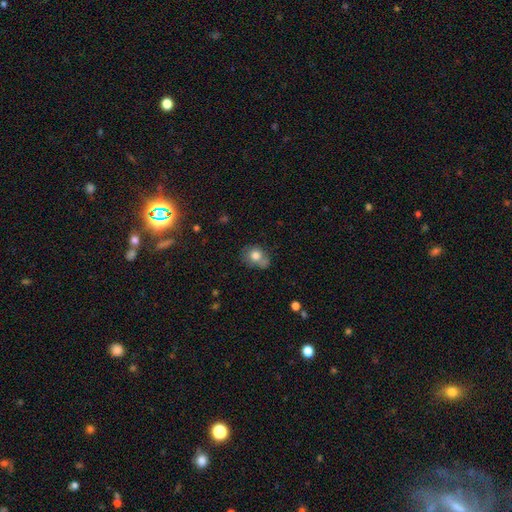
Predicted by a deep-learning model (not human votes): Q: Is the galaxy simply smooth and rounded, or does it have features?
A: smooth — 76%.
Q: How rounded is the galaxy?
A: round — 55%.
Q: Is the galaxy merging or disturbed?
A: none — 49%.